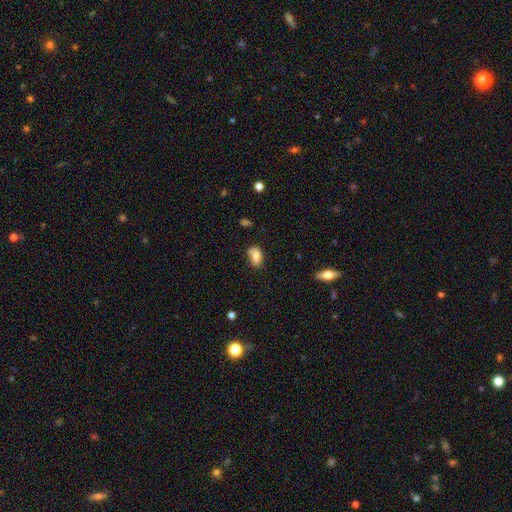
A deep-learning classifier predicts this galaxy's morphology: Smooth or featured? smooth (77%)
How rounded? in between (87%)
Merging? none (59%)